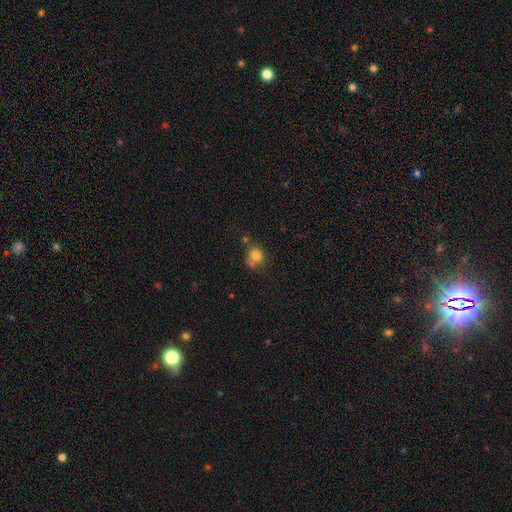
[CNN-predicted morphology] Q: Smooth or featured?
A: smooth (79%); runner-up: star or artifact (12%)
Q: How rounded?
A: round (75%); runner-up: in between (24%)
Q: Merging?
A: none (56%); runner-up: merger (23%)